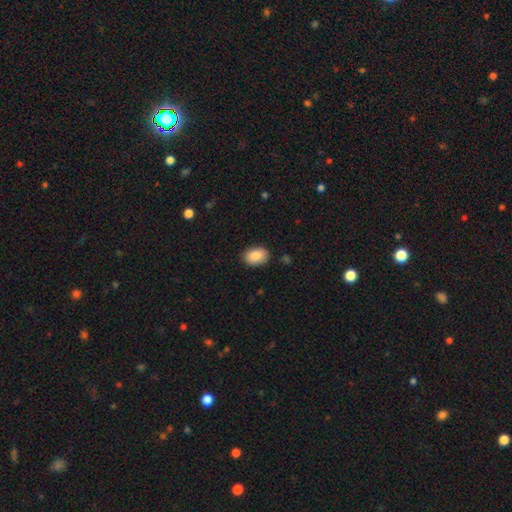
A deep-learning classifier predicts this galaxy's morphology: Q: Smooth or featured?
A: smooth (89%); runner-up: star or artifact (7%)
Q: How rounded?
A: in between (84%); runner-up: round (15%)
Q: Merging?
A: none (86%); runner-up: minor disturbance (11%)